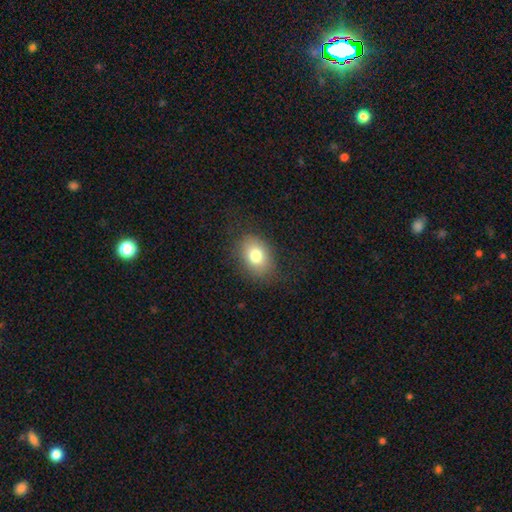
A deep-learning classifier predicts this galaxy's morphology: smooth 78%, featured or disk 12%, star or artifact 10%. Down the decision tree: how rounded — in between (70%); merging — none (80%).